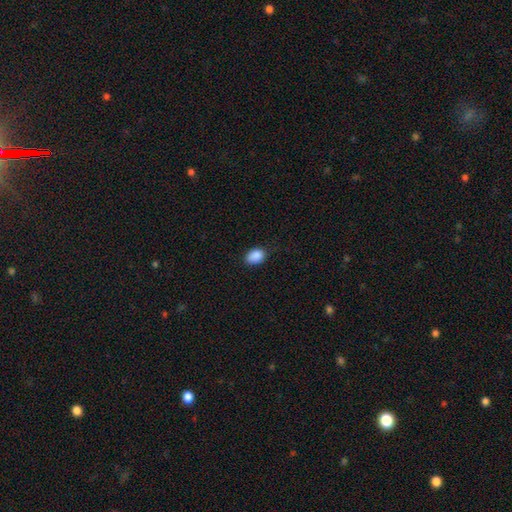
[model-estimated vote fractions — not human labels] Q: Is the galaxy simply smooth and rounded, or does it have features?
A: smooth — 88%.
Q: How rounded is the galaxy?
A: in between — 78%.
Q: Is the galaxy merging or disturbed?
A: none — 75%.